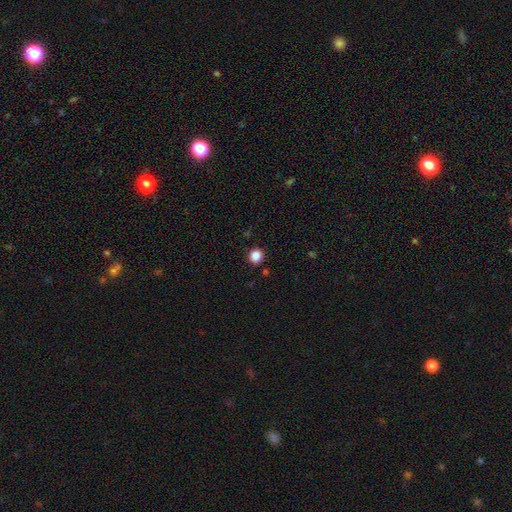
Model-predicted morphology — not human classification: type=smooth (86%); roundness=round (90%); merging=none (91%).